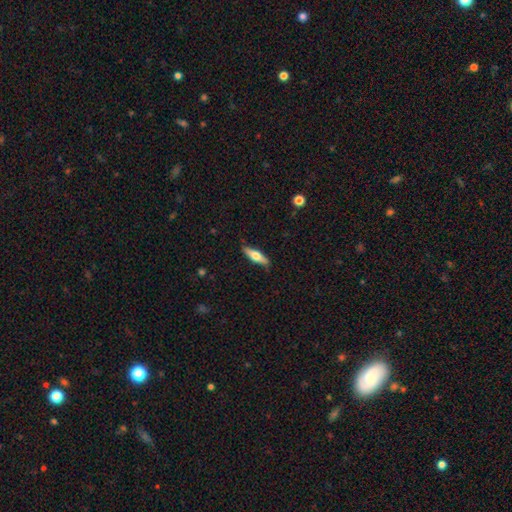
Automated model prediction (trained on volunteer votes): A smooth galaxy with no disk features (48%).

Vote fractions:
- Smooth or featured? smooth: 48% / featured or disk: 46% / star or artifact: 6%
- Merging? none: 87% / minor disturbance: 10% / major disturbance: 2% / merger: 1%